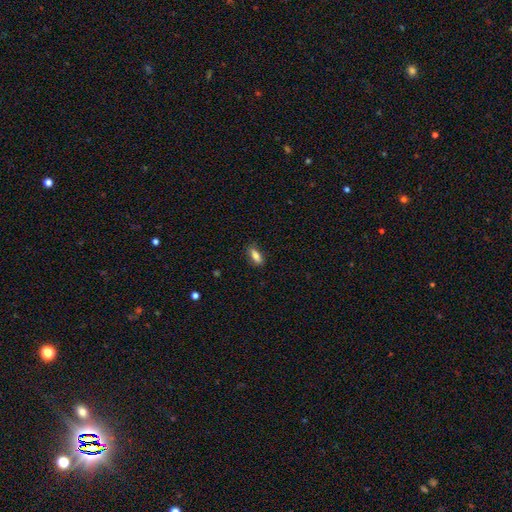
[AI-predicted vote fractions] Smooth or featured? Predicted: smooth (p=0.76). How rounded? Predicted: in between (p=0.72). Merging? Predicted: none (p=0.79).